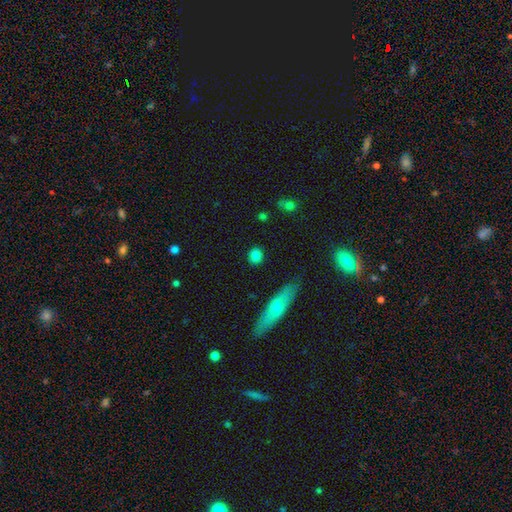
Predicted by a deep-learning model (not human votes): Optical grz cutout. It shows a smooth galaxy with no disk features (84%) that is round (74%). Merging: none (87%).